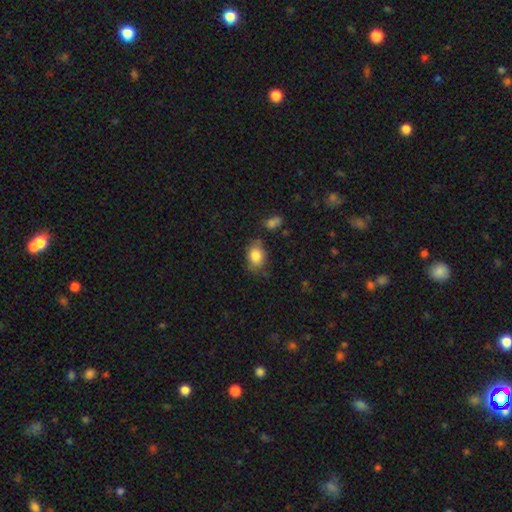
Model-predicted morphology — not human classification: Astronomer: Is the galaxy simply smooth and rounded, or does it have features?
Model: smooth — 83%.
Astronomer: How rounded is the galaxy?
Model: in between — 74%.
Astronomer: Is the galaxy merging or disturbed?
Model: none — 67%.